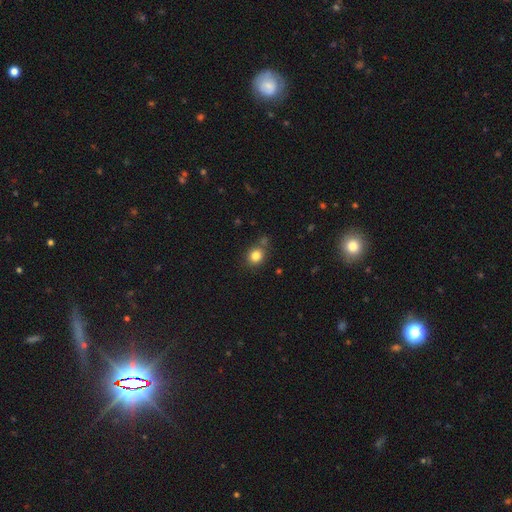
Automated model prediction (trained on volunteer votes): Smooth or featured? smooth (82%)
How rounded? round (76%)
Merging? none (73%)